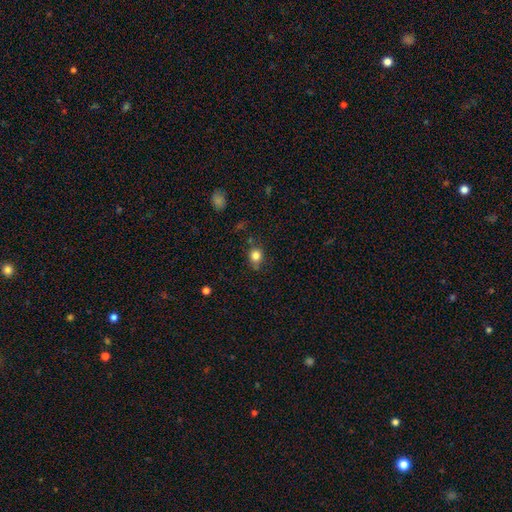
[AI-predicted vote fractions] Smooth or featured? smooth (82%)
How rounded? round (66%)
Merging? none (68%)